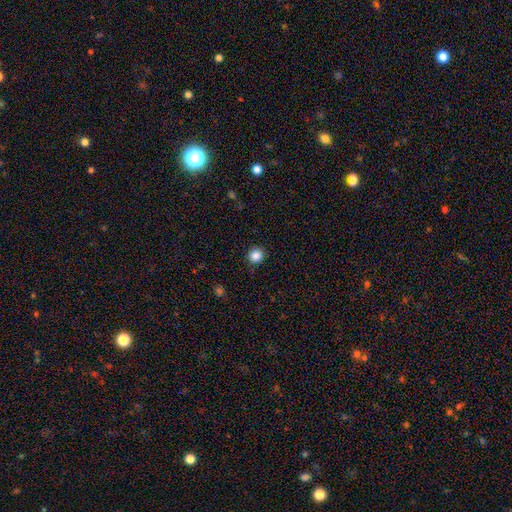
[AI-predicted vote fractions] Morphology: type=smooth (86%); roundness=round (92%); merging=none (91%).